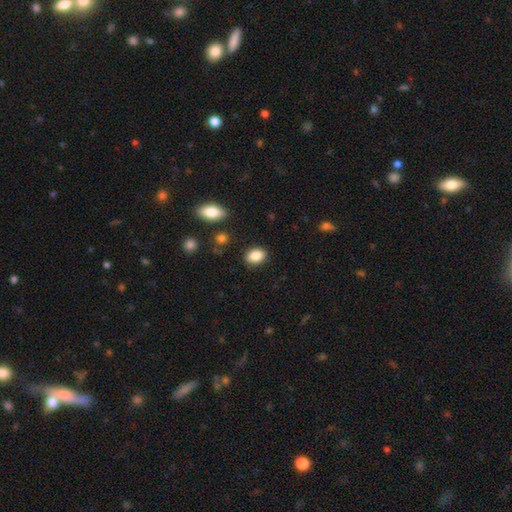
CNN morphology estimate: Smooth or featured? Predicted: smooth (p=0.86). How rounded? Predicted: in between (p=0.73). Merging? Predicted: none (p=0.86).